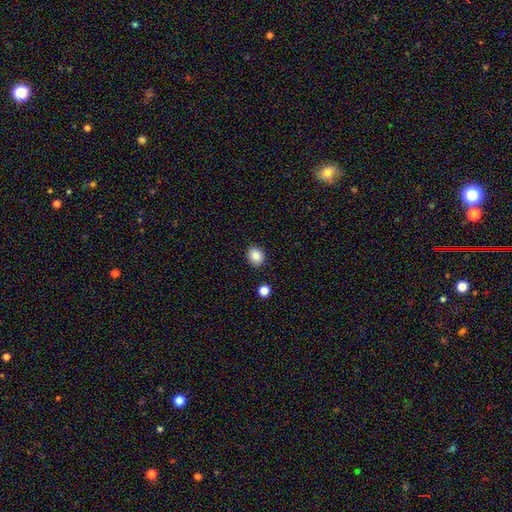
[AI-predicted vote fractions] Morphology: type=smooth (85%); roundness=round (71%); merging=none (89%).